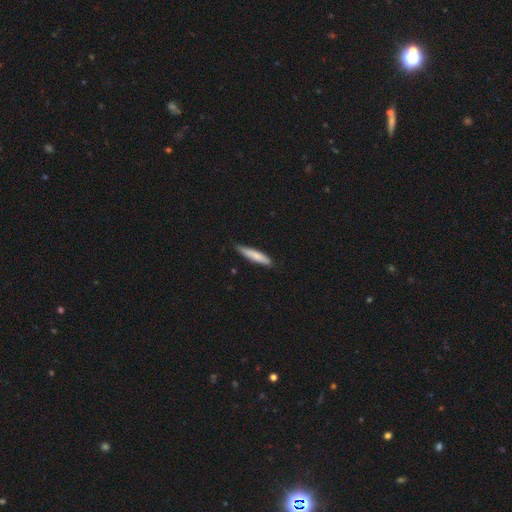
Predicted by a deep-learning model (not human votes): Smooth or featured? Predicted: smooth (p=0.77). How rounded? Predicted: cigar-shaped (p=0.86). Merging? Predicted: none (p=0.79).